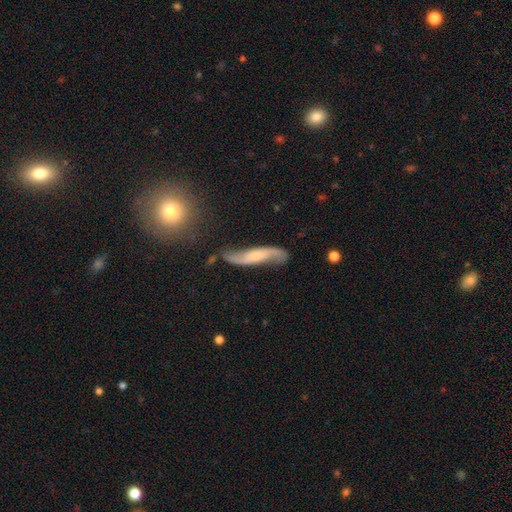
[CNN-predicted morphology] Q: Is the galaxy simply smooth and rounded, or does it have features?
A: featured or disk — 75%.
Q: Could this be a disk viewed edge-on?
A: no — 79%.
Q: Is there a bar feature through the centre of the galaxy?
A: no — 49%.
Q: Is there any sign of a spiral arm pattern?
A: yes — 94%.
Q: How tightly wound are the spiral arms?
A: loose — 78%.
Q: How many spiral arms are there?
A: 2 — 92%.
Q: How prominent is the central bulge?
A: small — 39%.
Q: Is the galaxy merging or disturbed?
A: none — 66%.